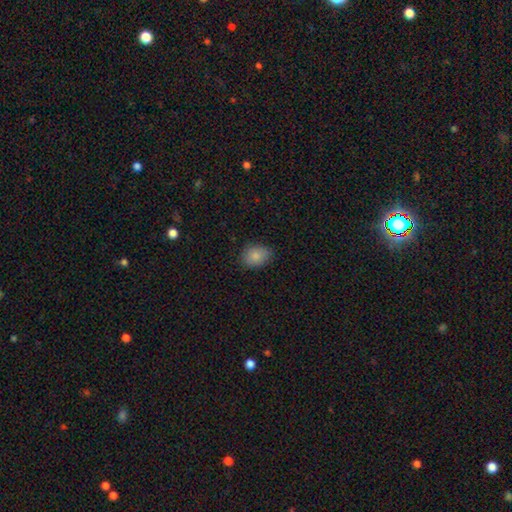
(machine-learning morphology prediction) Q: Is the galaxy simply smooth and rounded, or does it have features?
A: smooth — 86%.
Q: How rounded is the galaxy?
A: in between — 64%.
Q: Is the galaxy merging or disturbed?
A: none — 81%.